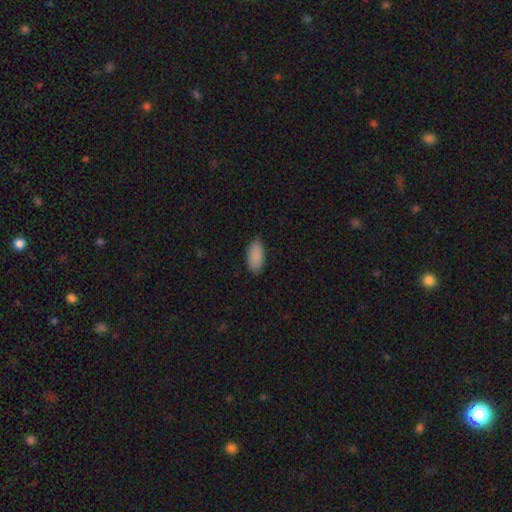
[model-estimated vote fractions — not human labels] Morphology: type=smooth (90%); roundness=in between (91%); merging=none (87%).